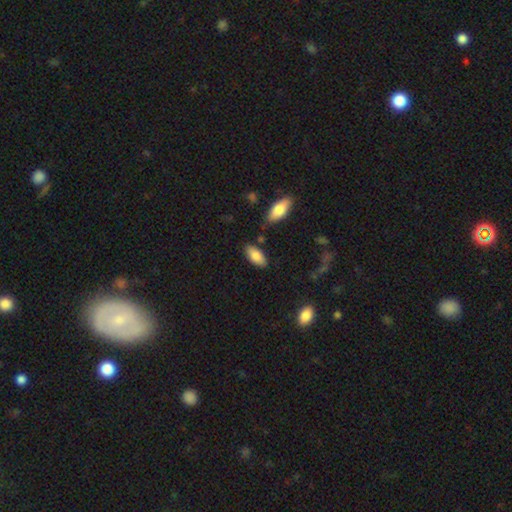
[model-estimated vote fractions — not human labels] smooth 85%, featured or disk 9%, star or artifact 6%. Down the decision tree: how rounded — in between (88%); merging — none (82%).